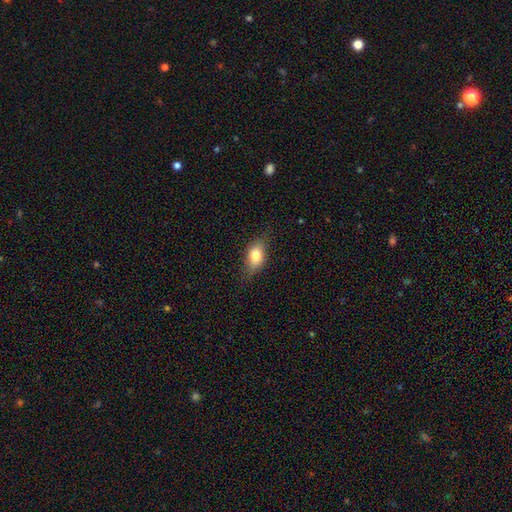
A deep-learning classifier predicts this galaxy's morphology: A smooth galaxy with no disk features (77%) that is in between round and cigar-shaped (84%). Merging: none (75%).